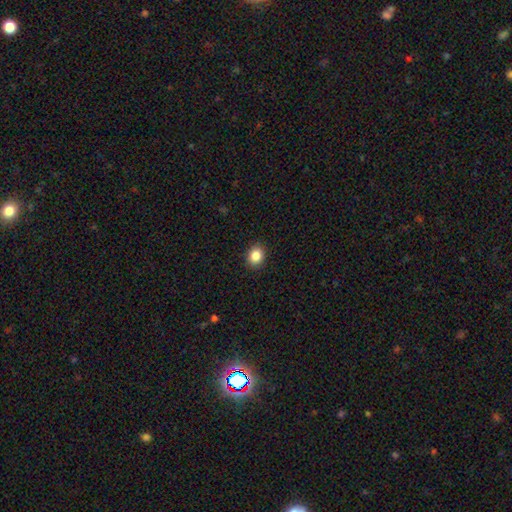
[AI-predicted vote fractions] The model was most divided on "how rounded": round: 53%, in between: 46%, cigar-shaped: 1%. More confident: merging — none (90%); smooth or featured — smooth (86%).